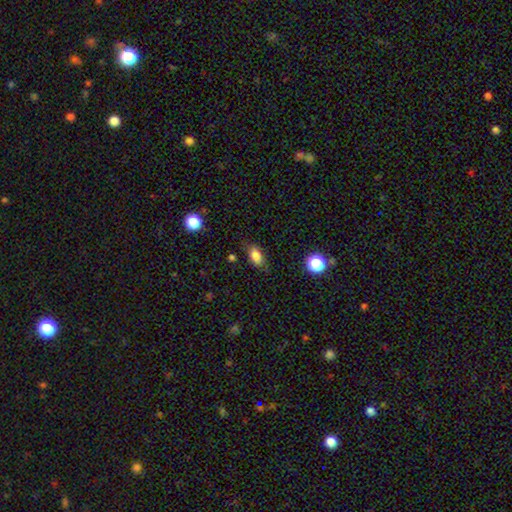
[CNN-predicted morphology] This appears to be a smooth galaxy with no disk features (83%) that is in between round and cigar-shaped (88%). Merging: none (77%).